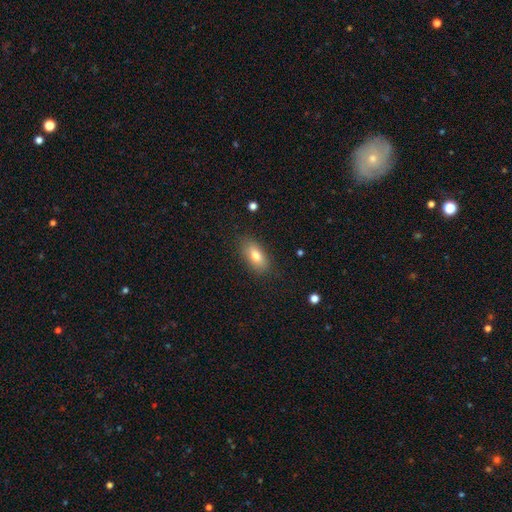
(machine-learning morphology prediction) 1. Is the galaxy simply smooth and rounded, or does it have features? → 77% smooth, 15% featured or disk, 8% star or artifact.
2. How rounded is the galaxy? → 86% in between, 9% cigar-shaped, 5% round.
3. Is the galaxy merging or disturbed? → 83% none, 12% minor disturbance, 3% major disturbance, 1% merger.